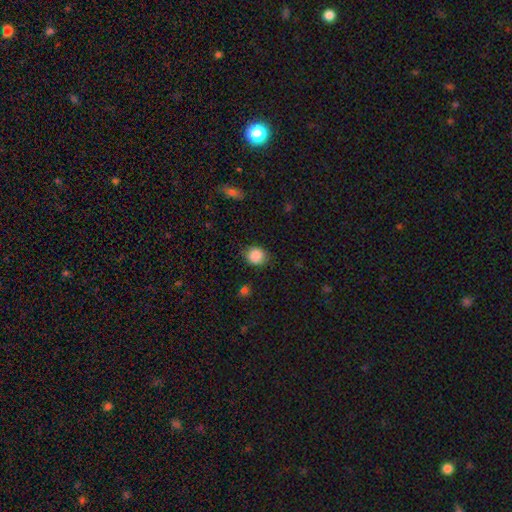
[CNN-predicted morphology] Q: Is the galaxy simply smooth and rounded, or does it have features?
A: smooth — 87%.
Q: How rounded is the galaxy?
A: round — 79%.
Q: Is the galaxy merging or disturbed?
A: none — 82%.